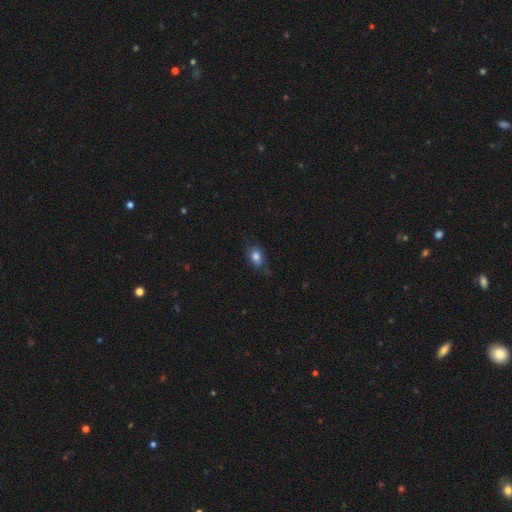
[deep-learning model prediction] The model was most divided on "merging": none: 66%, minor disturbance: 26%, major disturbance: 6%, merger: 2%. More confident: smooth or featured — smooth (81%); how rounded — in between (76%).